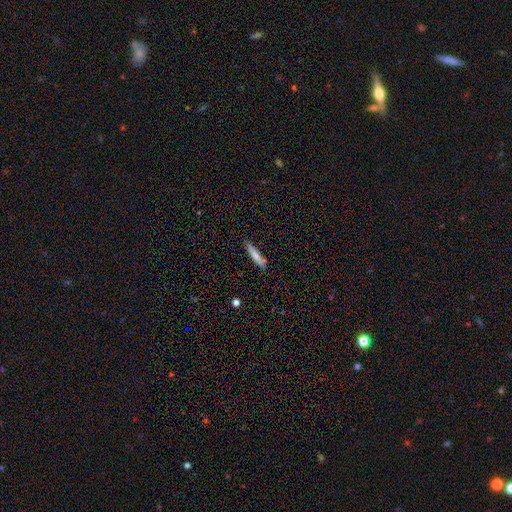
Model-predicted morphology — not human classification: Q: Smooth or featured?
A: smooth (75%); runner-up: featured or disk (19%)
Q: How rounded?
A: cigar-shaped (91%); runner-up: in between (8%)
Q: Merging?
A: none (83%); runner-up: minor disturbance (13%)